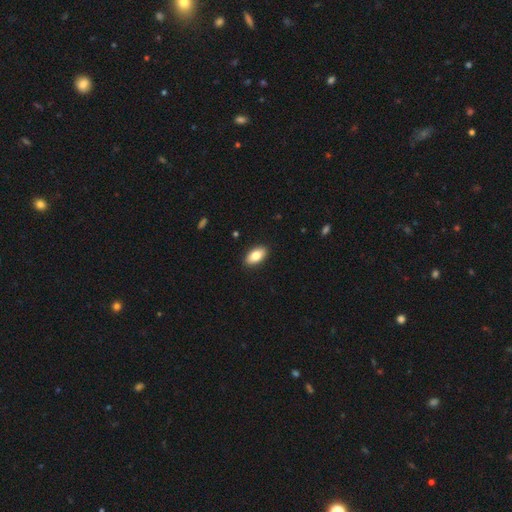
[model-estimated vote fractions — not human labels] Smooth or featured? Predicted: smooth (p=0.82). How rounded? Predicted: in between (p=0.92). Merging? Predicted: none (p=0.90).